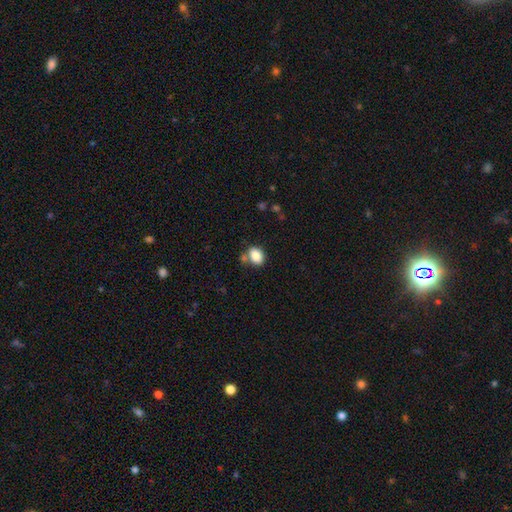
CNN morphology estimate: Smooth or featured: smooth — 86% (star or artifact — 9%)
How rounded: in between — 71% (round — 28%)
Merging: none — 65% (merger — 16%)